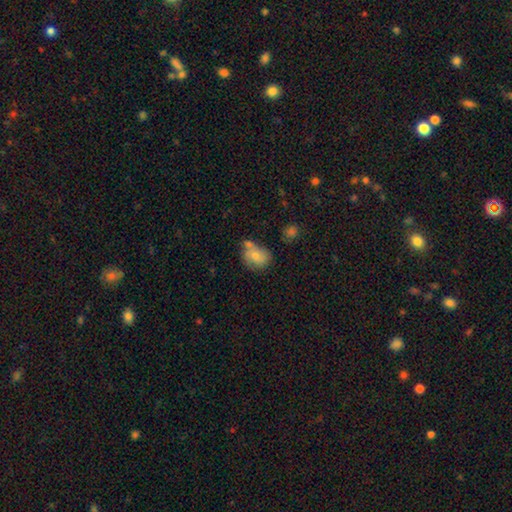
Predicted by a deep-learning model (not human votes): Smooth or featured?
  - smooth: 69% *
  - featured or disk: 22%
  - star or artifact: 9%
How rounded?
  - in between: 50% *
  - round: 49%
  - cigar-shaped: 1%
Merging?
  - none: 43% *
  - minor disturbance: 25%
  - merger: 24%
  - major disturbance: 9%